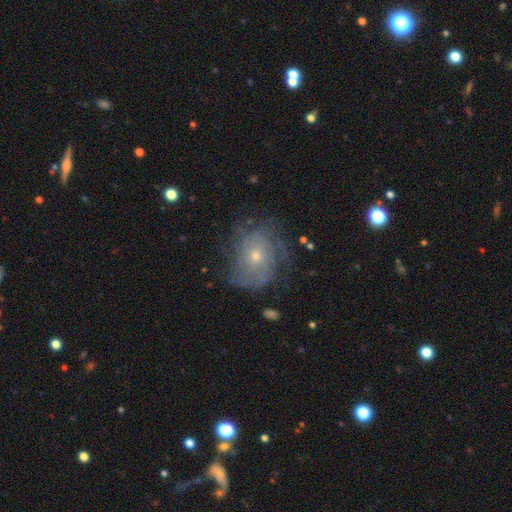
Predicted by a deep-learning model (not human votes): A featured or disk galaxy (69%) with no bar (84%), tight (56%) spiral arms (82%) and a small central bulge (59%). Merging: none (65%).